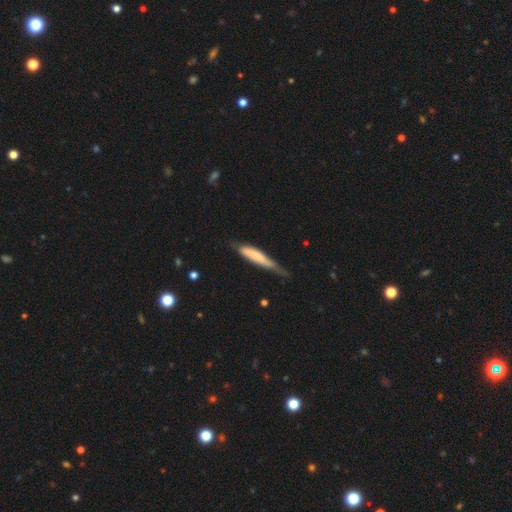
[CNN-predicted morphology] smooth_or_featured: smooth (p=0.59) [alt: featured or disk p=0.35]
how_rounded: cigar-shaped (p=0.86) [alt: in between p=0.13]
merging: none (p=0.42) [alt: minor disturbance p=0.41]